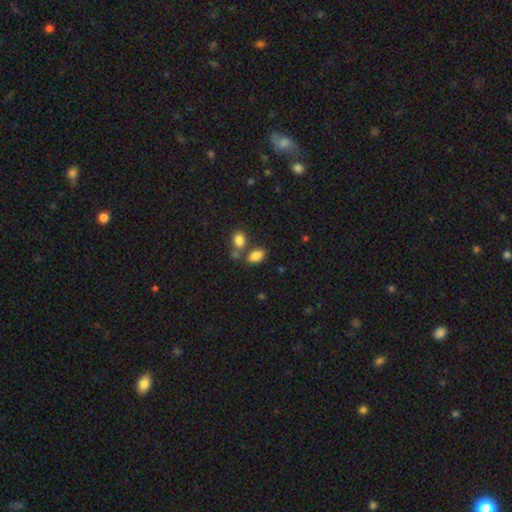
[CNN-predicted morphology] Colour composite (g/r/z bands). It shows a smooth galaxy with no disk features (85%) that is in between round and cigar-shaped (90%). Merging: none (59%).